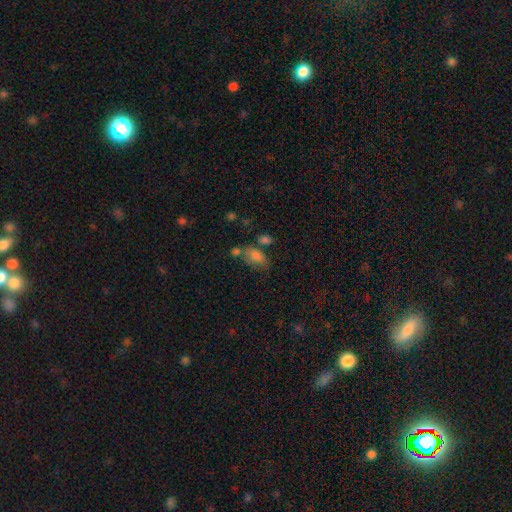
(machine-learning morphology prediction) Q: Smooth or featured?
A: smooth (77%); runner-up: featured or disk (12%)
Q: How rounded?
A: in between (89%); runner-up: round (7%)
Q: Merging?
A: none (44%); runner-up: merger (24%)